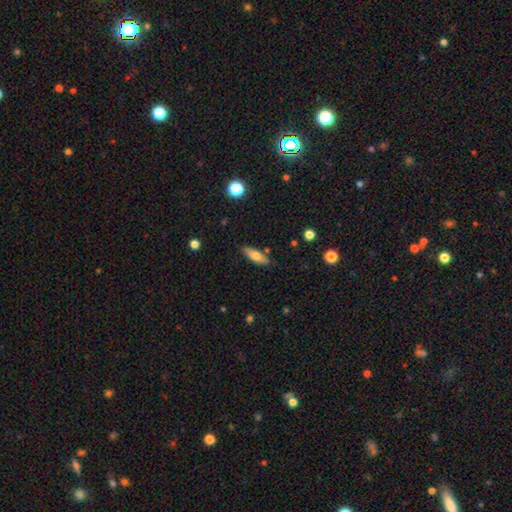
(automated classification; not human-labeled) Smooth or featured? smooth (68%)
How rounded? in between (55%)
Merging? none (82%)